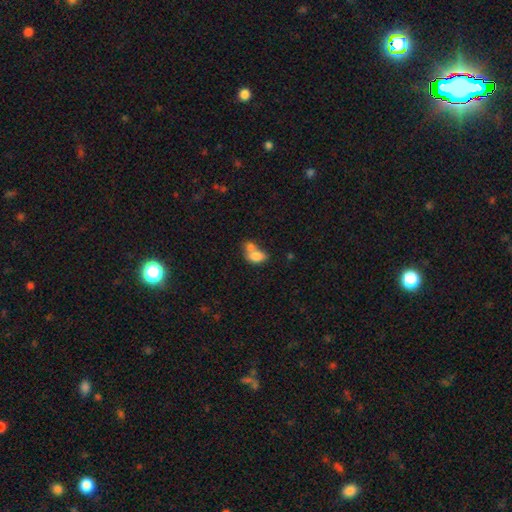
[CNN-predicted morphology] smooth 77%, featured or disk 14%, star or artifact 9%. Down the decision tree: how rounded — in between (83%); merging — merger (64%).